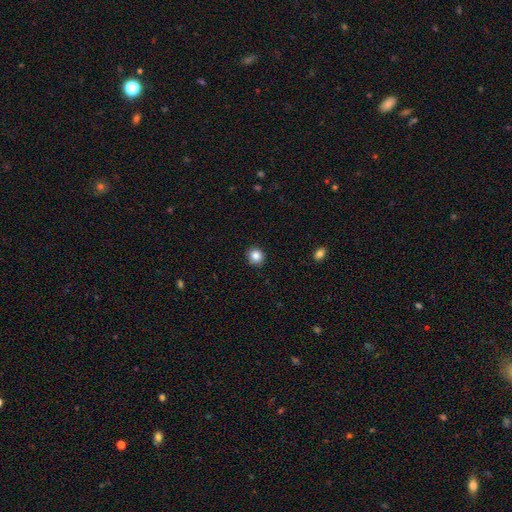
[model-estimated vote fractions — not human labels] smooth 86%, star or artifact 10%, featured or disk 4%. Down the decision tree: how rounded — round (89%); merging — none (91%).